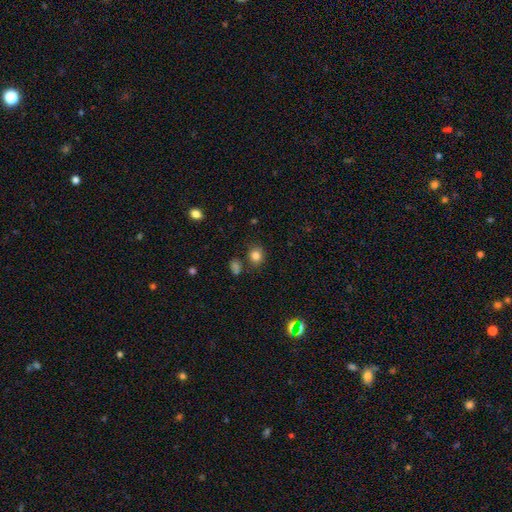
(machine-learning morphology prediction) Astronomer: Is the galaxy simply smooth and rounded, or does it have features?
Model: smooth — 82%.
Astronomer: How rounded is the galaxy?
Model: round — 71%.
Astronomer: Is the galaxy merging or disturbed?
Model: none — 80%.